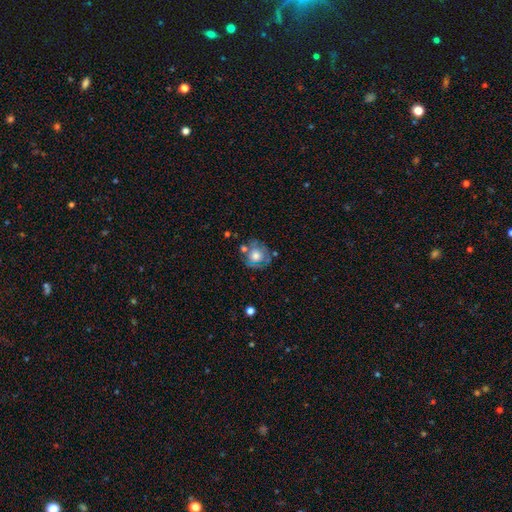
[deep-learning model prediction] Overall: smooth (51%; featured or disk 41%). How rounded: round (84%). Merging: none (58%; minor disturbance 21%).